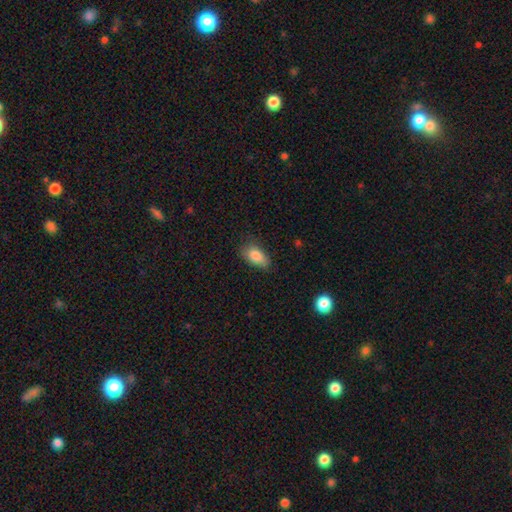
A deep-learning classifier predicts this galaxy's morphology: Smooth or featured? smooth (84%)
How rounded? in between (89%)
Merging? none (70%)